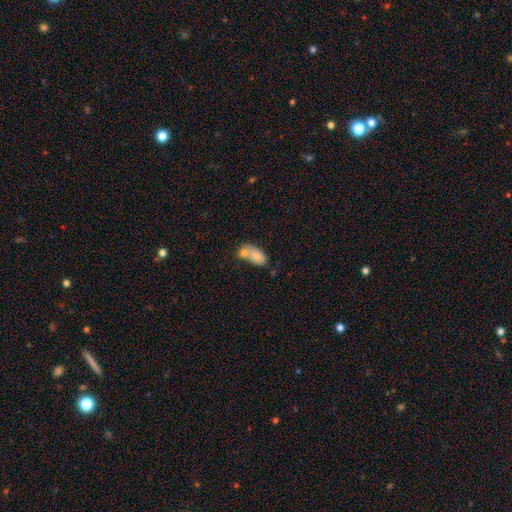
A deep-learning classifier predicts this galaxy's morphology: smooth 77%, featured or disk 15%, star or artifact 8%. Down the decision tree: how rounded — in between (88%); merging — merger (56%).